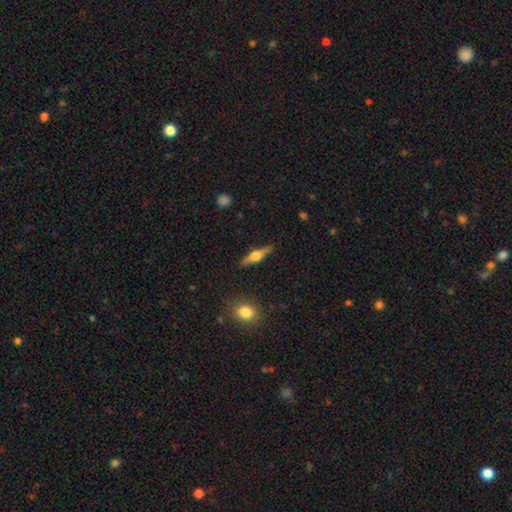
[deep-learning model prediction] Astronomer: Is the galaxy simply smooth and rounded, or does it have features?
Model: featured or disk — 65%.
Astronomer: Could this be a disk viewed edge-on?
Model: yes — 96%.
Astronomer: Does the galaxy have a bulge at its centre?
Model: rounded — 94%.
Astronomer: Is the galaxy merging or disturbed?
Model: none — 88%.